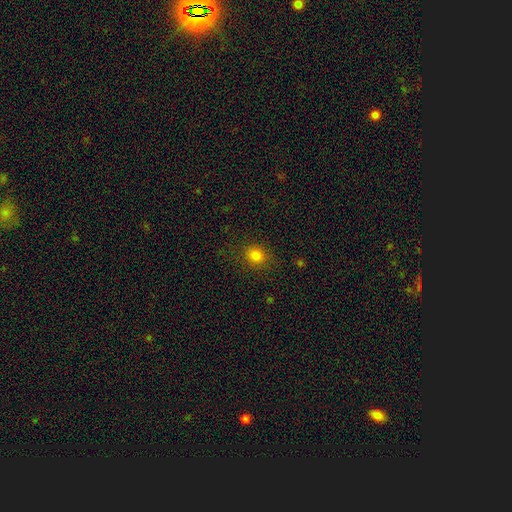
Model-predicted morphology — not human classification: A smooth galaxy with no disk features (83%) that is round (70%).

Vote fractions:
- Smooth or featured? smooth: 83% / star or artifact: 13% / featured or disk: 5%
- How rounded? round: 70% / in between: 29% / cigar-shaped: 1%
- Merging? none: 84% / minor disturbance: 11% / major disturbance: 4% / merger: 1%